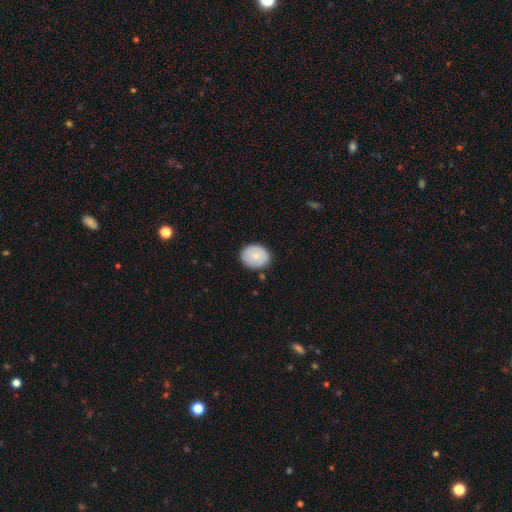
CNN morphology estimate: A smooth galaxy with no disk features (76%) that is round (58%).

Vote fractions:
- Smooth or featured? smooth: 76% / featured or disk: 17% / star or artifact: 7%
- How rounded? round: 58% / in between: 42% / cigar-shaped: 1%
- Merging? none: 83% / minor disturbance: 13% / major disturbance: 3% / merger: 2%